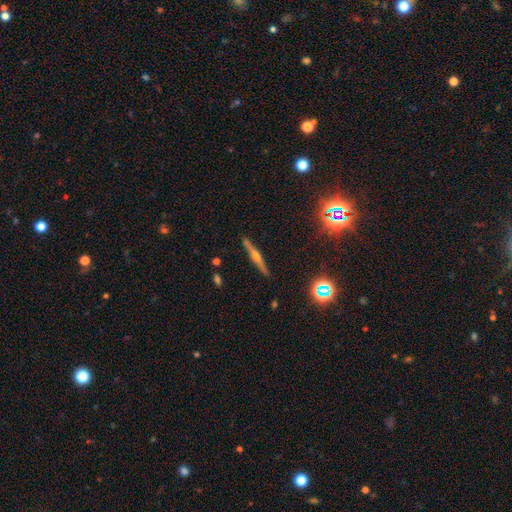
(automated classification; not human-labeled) Smooth or featured: featured or disk — 70% (smooth — 18%)
Edge-on disk: yes — 98% (no — 2%)
Edge-on bulge: rounded — 86% (boxy — 8%)
Merging: none — 91% (minor disturbance — 6%)